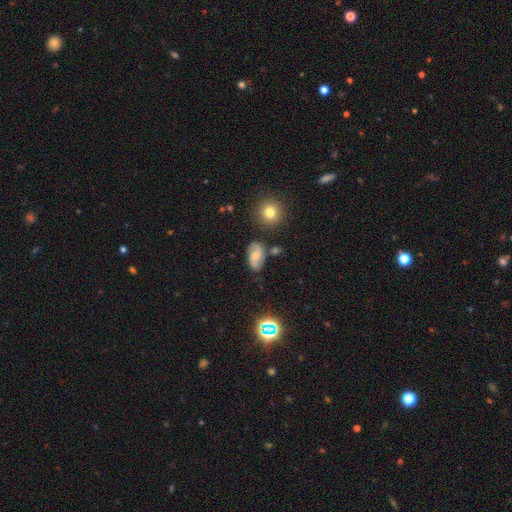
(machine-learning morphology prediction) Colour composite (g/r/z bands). It shows a featured or disk galaxy (60%) with no bar (54%), 2 (89%) medium (43%) spiral arms (89%) and a moderate central bulge (52%). Merging: none (75%).